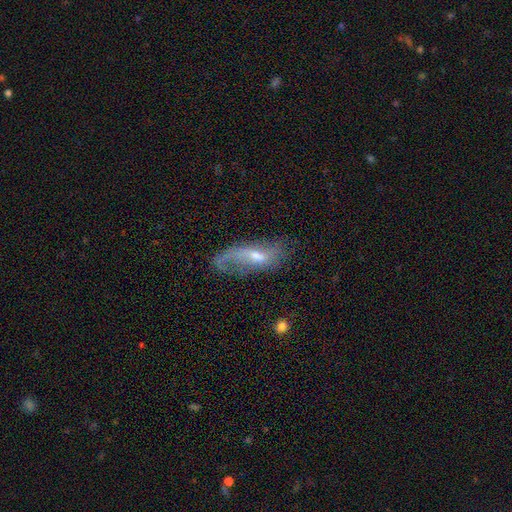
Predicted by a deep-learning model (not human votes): Morphology: type=featured or disk (66%); edge-on=no (82%); bar=no (48%); spiral arms=yes (79%); bulge=moderate (51%); merging=none (48%).